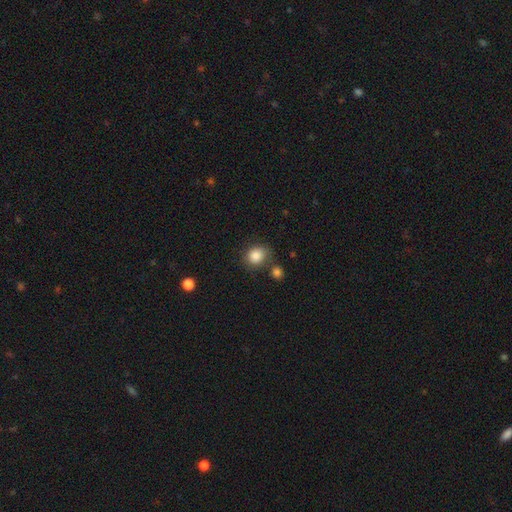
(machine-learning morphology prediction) Smooth or featured: smooth — 86% (star or artifact — 9%)
How rounded: round — 69% (in between — 30%)
Merging: none — 65% (minor disturbance — 16%)